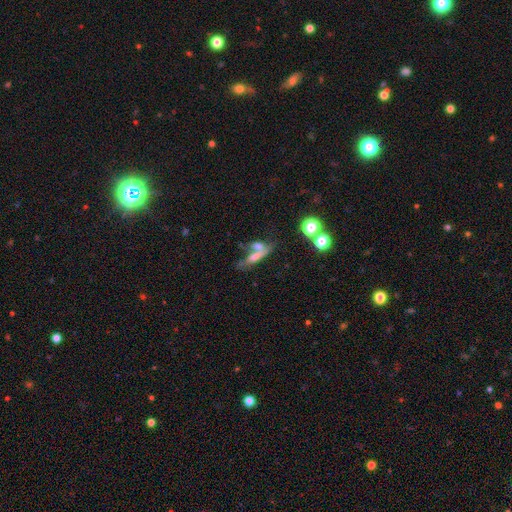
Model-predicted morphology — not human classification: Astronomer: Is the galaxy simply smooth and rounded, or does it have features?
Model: smooth — 48% (runner-up: featured or disk, 37%).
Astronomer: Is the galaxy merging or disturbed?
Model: merger — 50% (runner-up: none, 25%).